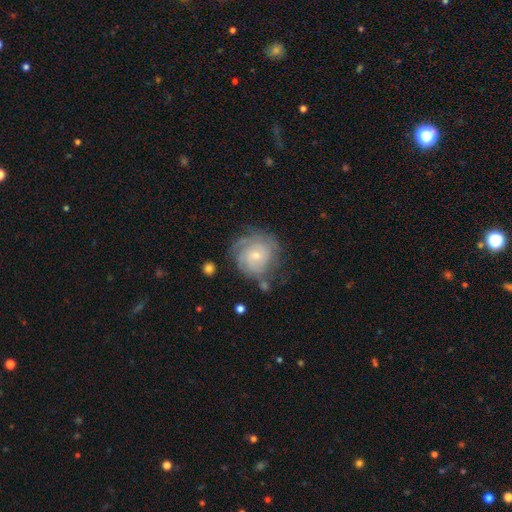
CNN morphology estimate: Q: Smooth or featured?
A: featured or disk (67%); runner-up: smooth (26%)
Q: Edge-on disk?
A: no (97%); runner-up: yes (3%)
Q: Bar?
A: no (77%); runner-up: weak (20%)
Q: Spiral arms?
A: yes (87%); runner-up: no (13%)
Q: Spiral winding?
A: tight (70%); runner-up: medium (23%)
Q: Spiral arm count?
A: can't tell (49%); runner-up: 2 (16%)
Q: Bulge size?
A: small (67%); runner-up: moderate (29%)
Q: Merging?
A: none (62%); runner-up: minor disturbance (22%)